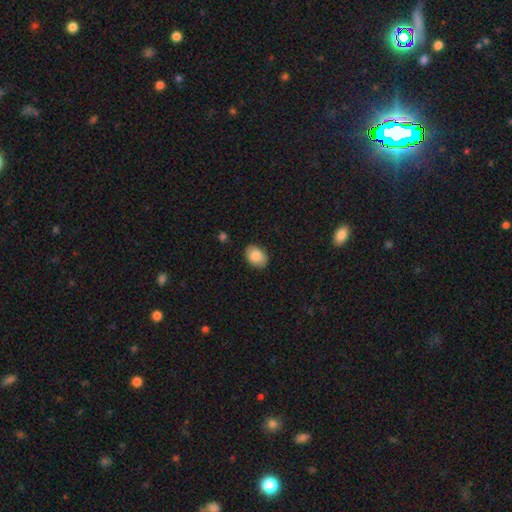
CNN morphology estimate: This appears to be a smooth galaxy with no disk features (85%) that is in between round and cigar-shaped (82%). Merging: none (86%).